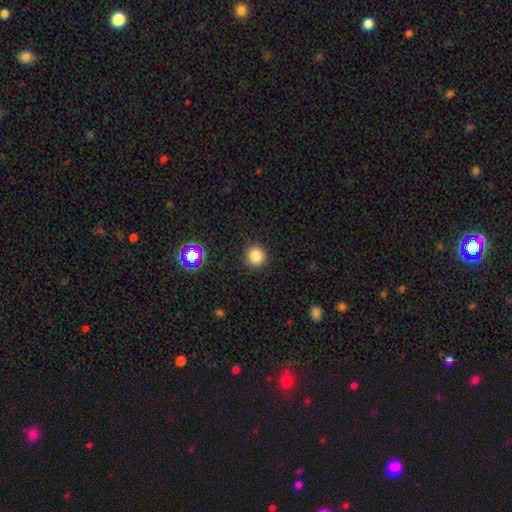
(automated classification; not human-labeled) This is clearly a smooth galaxy (83%). How rounded: clearly round (93%). Merging: clearly none (91%).